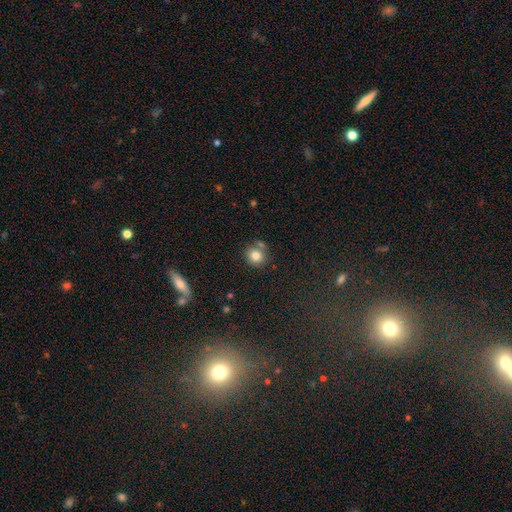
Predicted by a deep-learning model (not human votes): Smooth or featured? smooth (80%)
How rounded? round (88%)
Merging? none (66%)